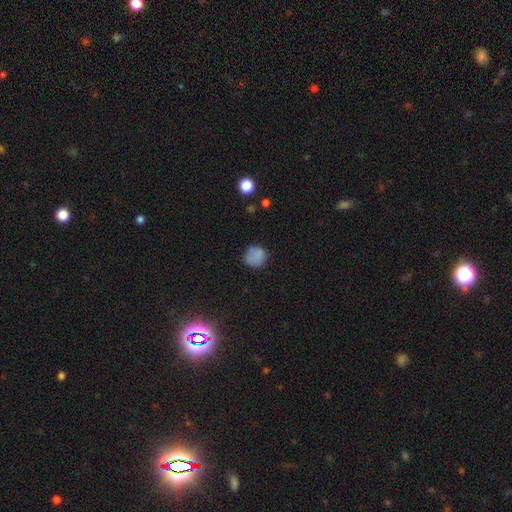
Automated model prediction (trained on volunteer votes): smooth 80%, star or artifact 12%, featured or disk 8%. Down the decision tree: how rounded — round (86%); merging — none (73%).